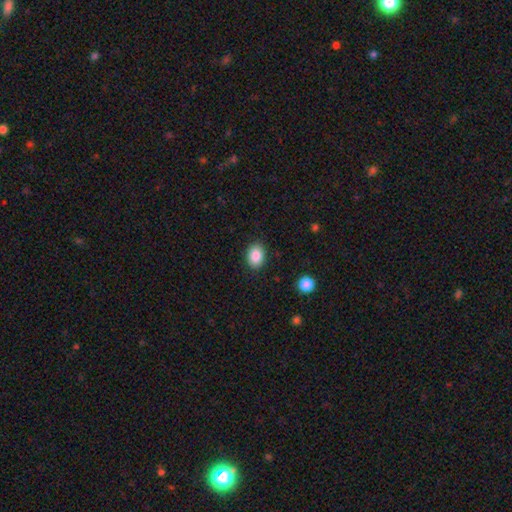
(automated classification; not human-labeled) Smooth or featured? Predicted: smooth (p=0.88). How rounded? Predicted: in between (p=0.73). Merging? Predicted: none (p=0.88).